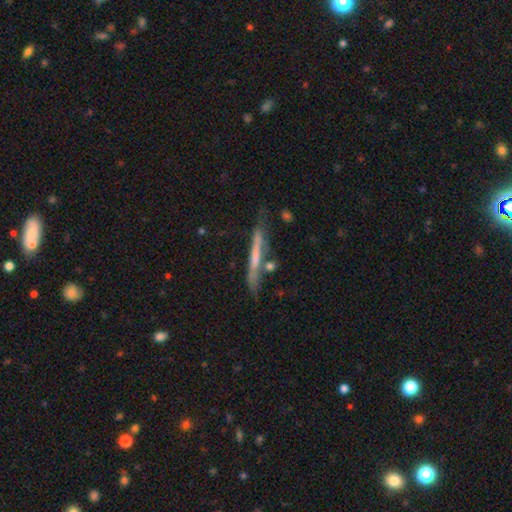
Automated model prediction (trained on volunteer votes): A featured or disk galaxy (51%) viewed edge-on (90%).

Vote fractions:
- Smooth or featured? featured or disk: 51% / smooth: 43% / star or artifact: 7%
- Edge-on disk? yes: 90% / no: 10%
- Merging? none: 63% / minor disturbance: 21% / merger: 9% / major disturbance: 7%